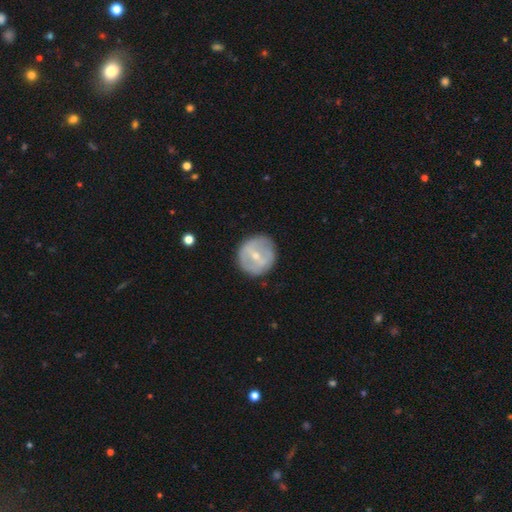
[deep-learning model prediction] The model was most divided on "bar": strong: 45%, weak: 39%, no: 16%. More confident: edge-on disk — no (93%); merging — none (85%); spiral arms — no (72%); bulge size — small (64%); smooth or featured — featured or disk (60%).